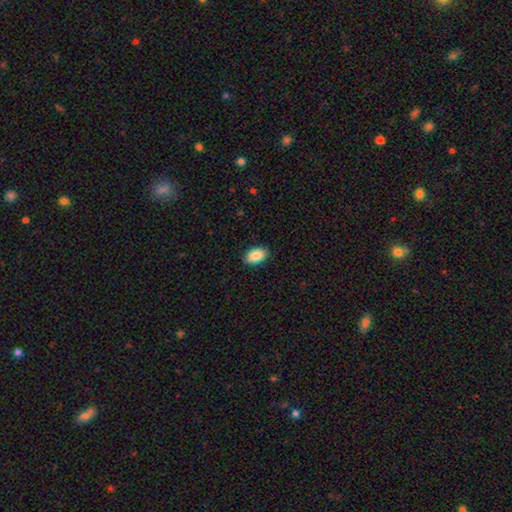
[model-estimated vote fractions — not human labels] smooth 88%, star or artifact 7%, featured or disk 6%. Down the decision tree: how rounded — in between (91%); merging — none (89%).